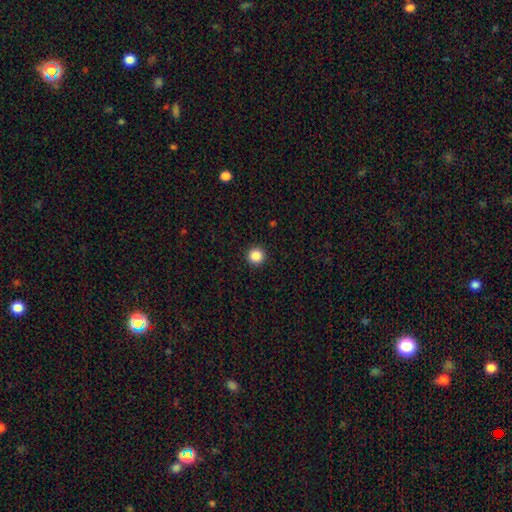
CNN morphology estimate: This is clearly a smooth galaxy (87%). How rounded: clearly round (96%). Merging: clearly none (93%).